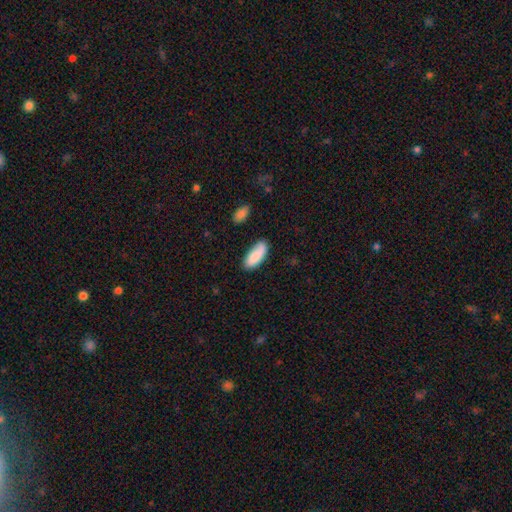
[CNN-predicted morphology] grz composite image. It shows a smooth galaxy with no disk features (86%) that is in between round and cigar-shaped (82%). Merging: none (73%).